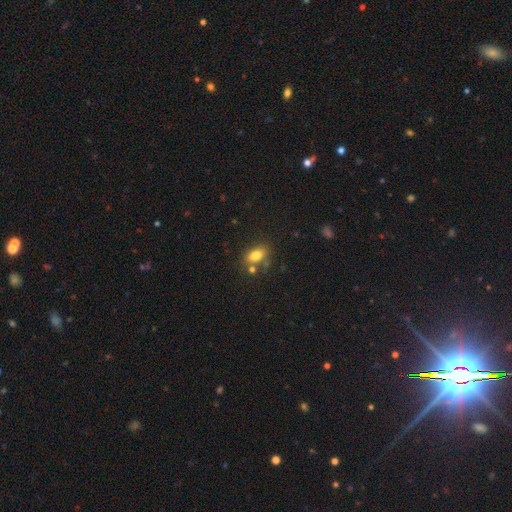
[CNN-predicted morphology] Smooth or featured?
  - smooth: 80% *
  - star or artifact: 10%
  - featured or disk: 10%
How rounded?
  - in between: 84% *
  - round: 13%
  - cigar-shaped: 3%
Merging?
  - none: 66% *
  - minor disturbance: 15%
  - merger: 15%
  - major disturbance: 5%